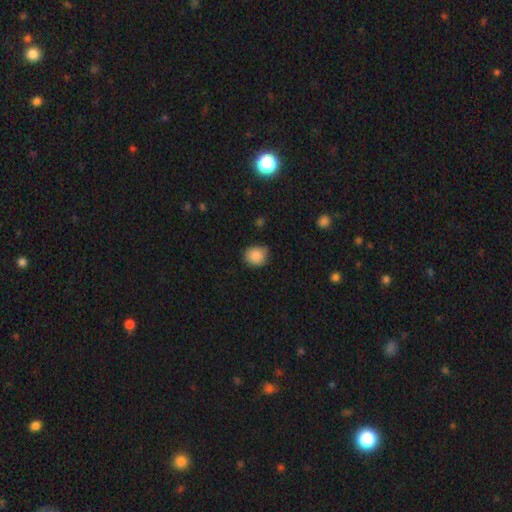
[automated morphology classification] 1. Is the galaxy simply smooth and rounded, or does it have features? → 88% smooth, 8% star or artifact, 4% featured or disk.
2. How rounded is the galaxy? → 75% round, 24% in between, 1% cigar-shaped.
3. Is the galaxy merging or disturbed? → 75% none, 20% minor disturbance, 3% major disturbance, 1% merger.